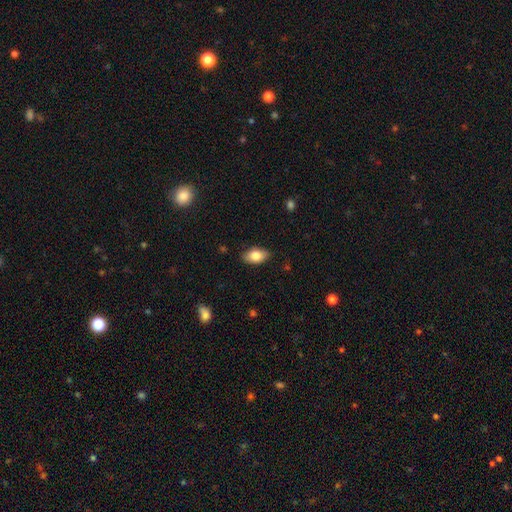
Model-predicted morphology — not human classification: smooth-or-featured: smooth: 81% | featured or disk: 12% | star or artifact: 7%
  how-rounded: in between: 91% | round: 6% | cigar-shaped: 3%
  merging: none: 84% | minor disturbance: 12% | major disturbance: 2% | merger: 1%